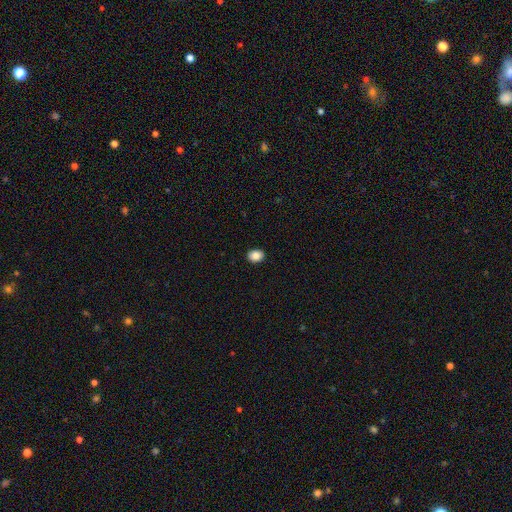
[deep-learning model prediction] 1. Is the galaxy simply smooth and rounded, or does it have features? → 86% smooth, 9% star or artifact, 5% featured or disk.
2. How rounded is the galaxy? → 58% in between, 42% round, 1% cigar-shaped.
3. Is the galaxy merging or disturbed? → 91% none, 6% minor disturbance, 2% major disturbance, 1% merger.